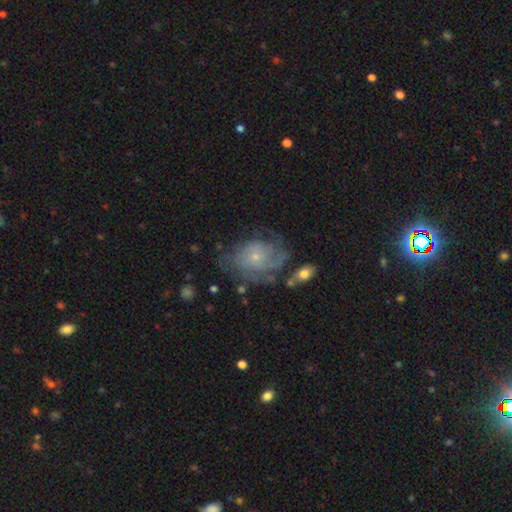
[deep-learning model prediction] smooth_or_featured: featured or disk (p=0.71) [alt: smooth p=0.20]
disk_edge_on: no (p=0.97) [alt: yes p=0.03]
bar: no (p=0.82) [alt: weak p=0.16]
has_spiral_arms: yes (p=0.85) [alt: no p=0.15]
spiral_winding: tight (p=0.55) [alt: medium p=0.31]
spiral_arm_count: can't tell (p=0.45) [alt: 2 p=0.18]
bulge_size: small (p=0.75) [alt: moderate p=0.19]
merging: none (p=0.56) [alt: minor disturbance p=0.22]